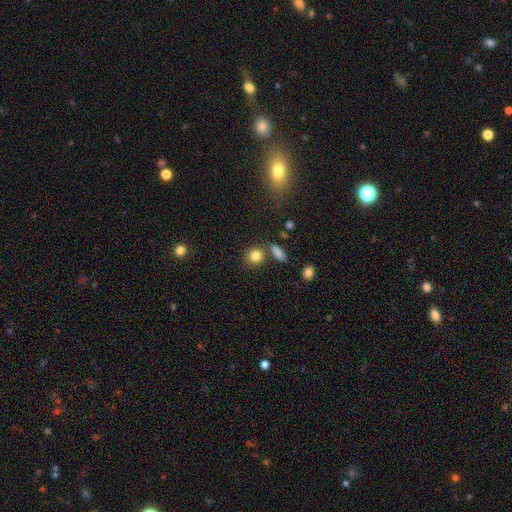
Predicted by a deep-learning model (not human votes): A smooth galaxy with no disk features (83%) that is round (77%). Merging: none (72%).